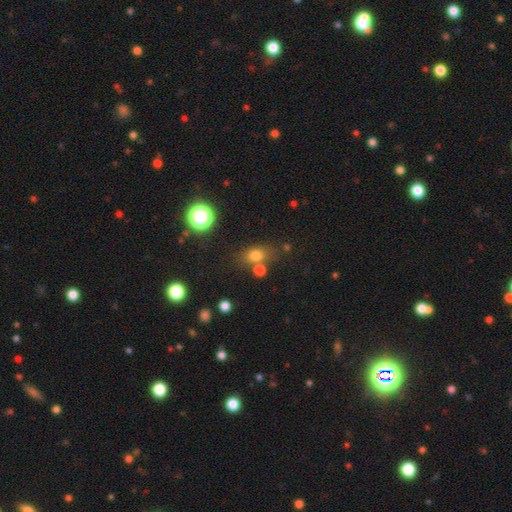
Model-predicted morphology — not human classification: Smooth or featured?
  - smooth: 72% *
  - star or artifact: 18%
  - featured or disk: 10%
How rounded?
  - in between: 55% *
  - round: 42%
  - cigar-shaped: 3%
Merging?
  - none: 66% *
  - merger: 15%
  - minor disturbance: 14%
  - major disturbance: 5%